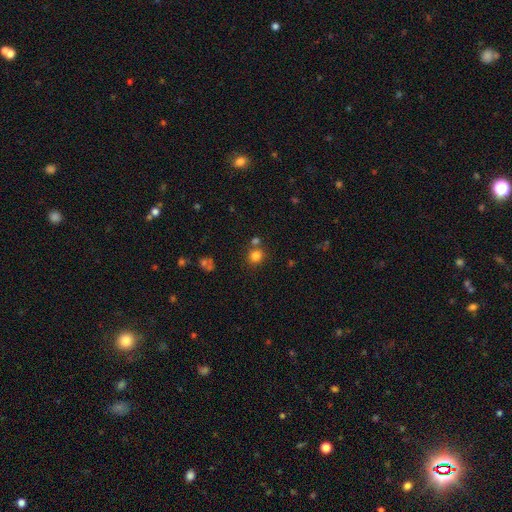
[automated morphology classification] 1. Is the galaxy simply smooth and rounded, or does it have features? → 81% smooth, 13% star or artifact, 6% featured or disk.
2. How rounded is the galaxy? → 86% round, 13% in between, 1% cigar-shaped.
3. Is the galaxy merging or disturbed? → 73% none, 15% merger, 9% minor disturbance, 3% major disturbance.